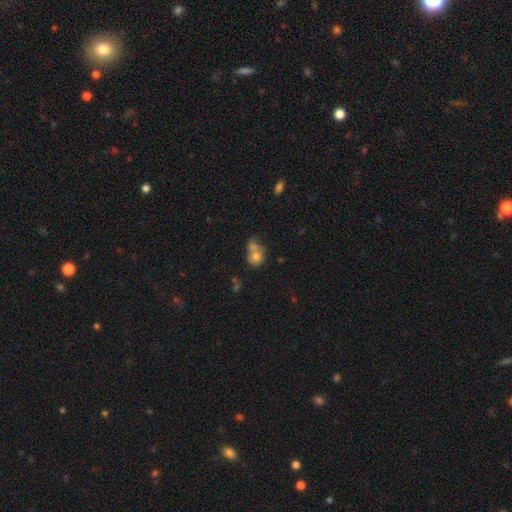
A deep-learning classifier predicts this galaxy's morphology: type=smooth (72%); roundness=round (62%); merging=merger (43%).